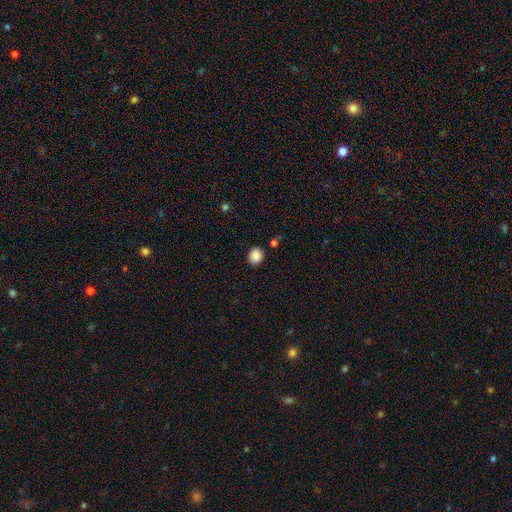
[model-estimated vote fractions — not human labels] A smooth galaxy with no disk features (87%) that is round (72%).

Vote fractions:
- Smooth or featured? smooth: 87% / star or artifact: 9% / featured or disk: 3%
- How rounded? round: 72% / in between: 27% / cigar-shaped: 1%
- Merging? none: 87% / minor disturbance: 8% / merger: 3% / major disturbance: 2%